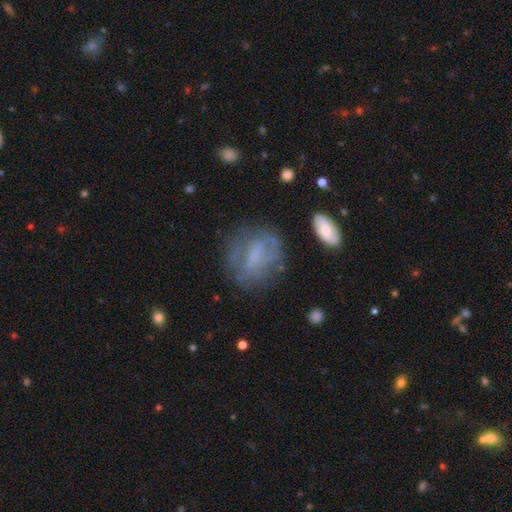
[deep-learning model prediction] smooth_or_featured: featured or disk (p=0.47) [alt: smooth p=0.41]
merging: none (p=0.60) [alt: minor disturbance p=0.21]